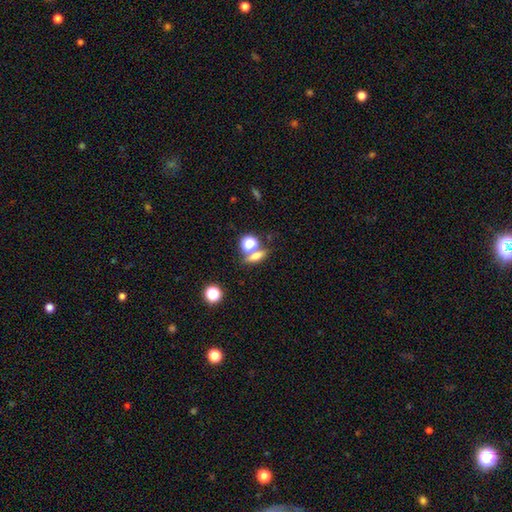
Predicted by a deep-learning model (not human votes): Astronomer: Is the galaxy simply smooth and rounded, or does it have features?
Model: smooth — 60%.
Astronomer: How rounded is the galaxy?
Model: in between — 37% (runner-up: cigar-shaped, 32%).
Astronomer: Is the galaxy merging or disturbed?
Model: none — 65%.